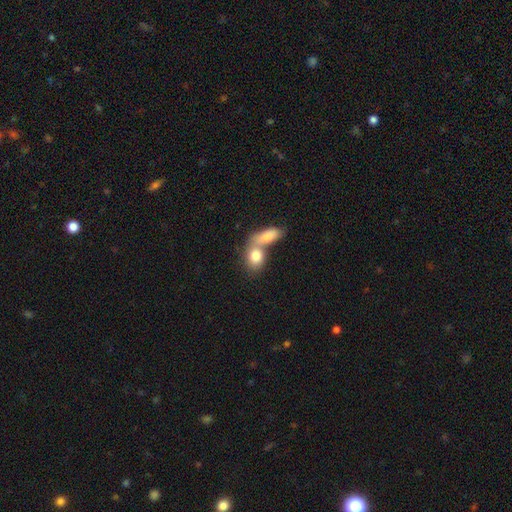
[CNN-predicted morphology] smooth-or-featured: smooth: 80% | featured or disk: 13% | star or artifact: 7%
  how-rounded: in between: 67% | round: 29% | cigar-shaped: 4%
  merging: merger: 62% | none: 27% | minor disturbance: 7% | major disturbance: 4%